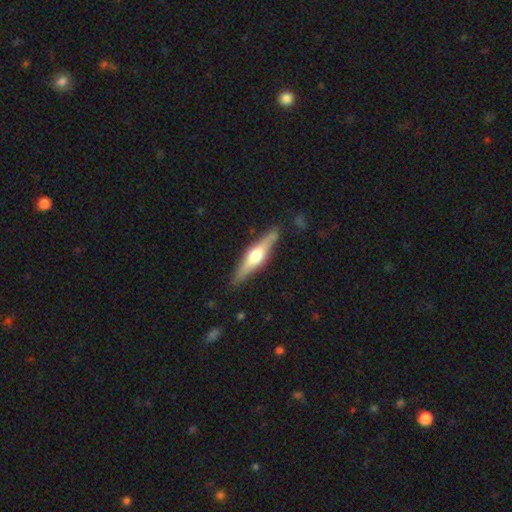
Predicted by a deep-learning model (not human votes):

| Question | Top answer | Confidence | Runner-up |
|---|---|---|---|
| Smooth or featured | featured or disk | 63% | smooth (31%) |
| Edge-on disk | yes | 96% | no (4%) |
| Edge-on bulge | rounded | 91% | boxy (6%) |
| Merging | none | 85% | minor disturbance (11%) |